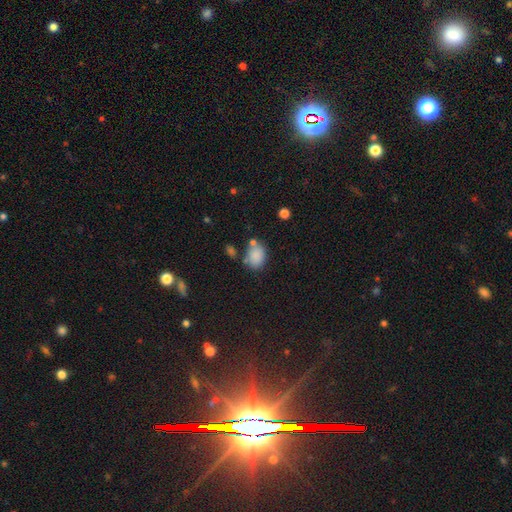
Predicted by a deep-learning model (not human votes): A smooth galaxy with no disk features (84%) that is in between round and cigar-shaped (69%). Merging: none (62%).